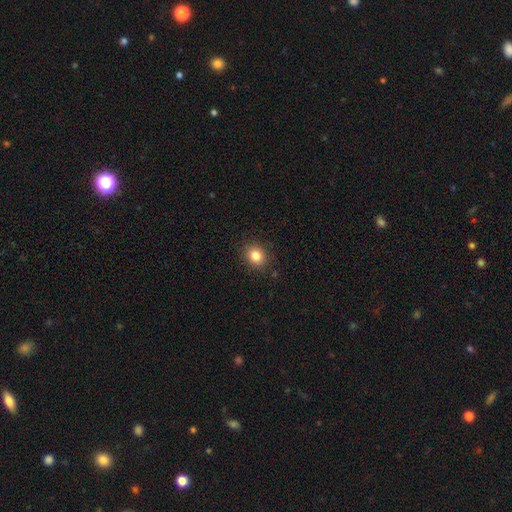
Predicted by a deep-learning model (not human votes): Smooth or featured? Predicted: smooth (p=0.83). How rounded? Predicted: round (p=0.74). Merging? Predicted: none (p=0.89).